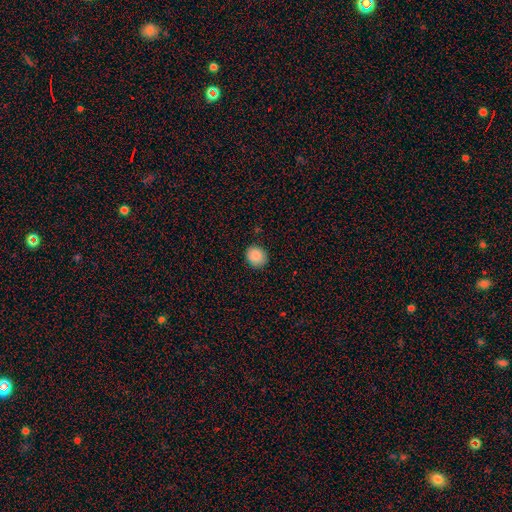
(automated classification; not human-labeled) This appears to be a smooth galaxy with no disk features (88%) that is round (75%). Merging: none (87%).